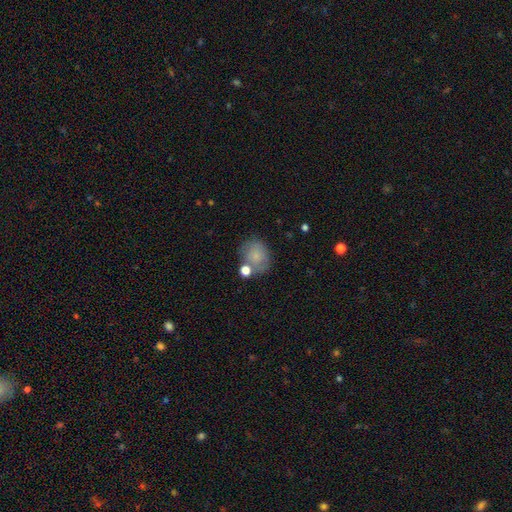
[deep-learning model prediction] smooth-or-featured: smooth: 75% | featured or disk: 16% | star or artifact: 10%
  how-rounded: round: 66% | in between: 33% | cigar-shaped: 1%
  merging: none: 57% | minor disturbance: 18% | merger: 17% | major disturbance: 8%